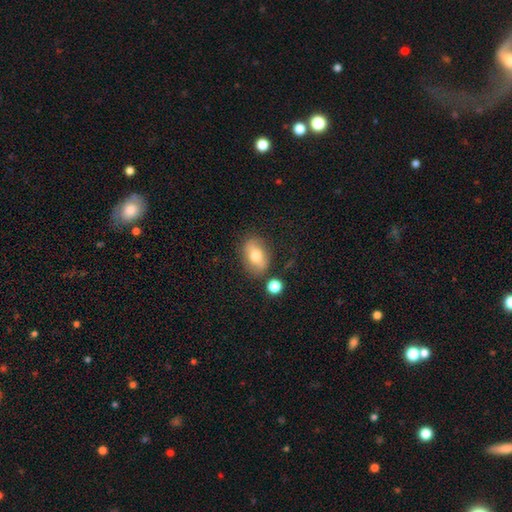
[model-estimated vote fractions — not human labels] A smooth galaxy with no disk features (61%) that is in between round and cigar-shaped (79%). Merging: none (78%).